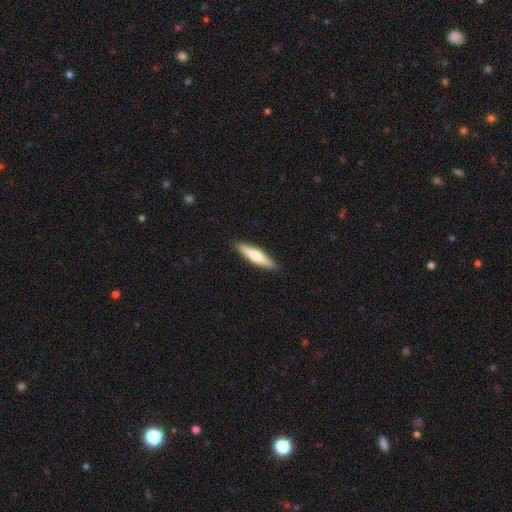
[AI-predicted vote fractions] Smooth or featured?
  - smooth: 52% *
  - featured or disk: 43%
  - star or artifact: 5%
How rounded?
  - cigar-shaped: 79% *
  - in between: 19%
  - round: 2%
Merging?
  - none: 90% *
  - minor disturbance: 7%
  - major disturbance: 2%
  - merger: 1%